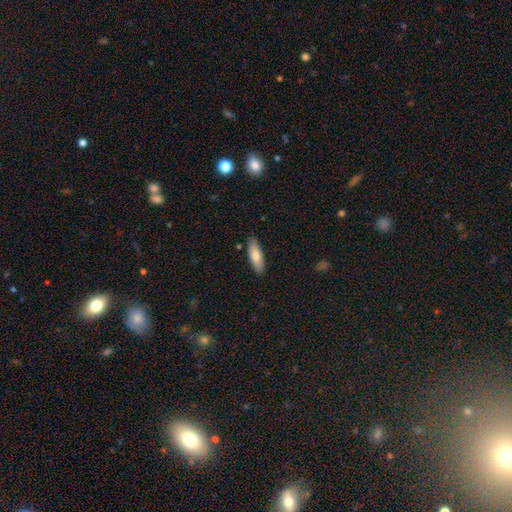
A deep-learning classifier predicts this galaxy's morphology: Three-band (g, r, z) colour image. It shows a smooth galaxy with no disk features (76%) that is cigar-shaped (49%, tied with in between). Merging: none (88%).